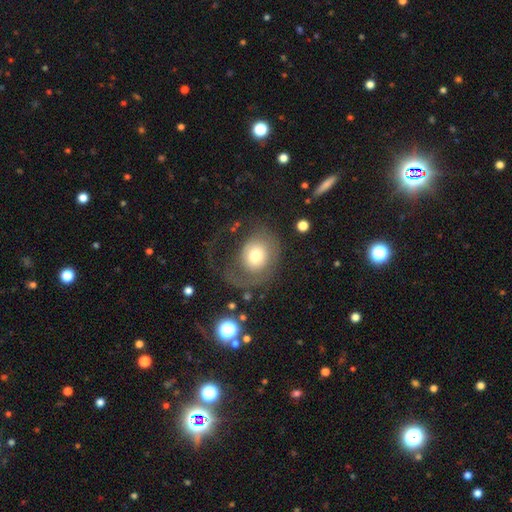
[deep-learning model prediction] A smooth galaxy with no disk features (54%) that is round (60%). Merging: major disturbance (48%).